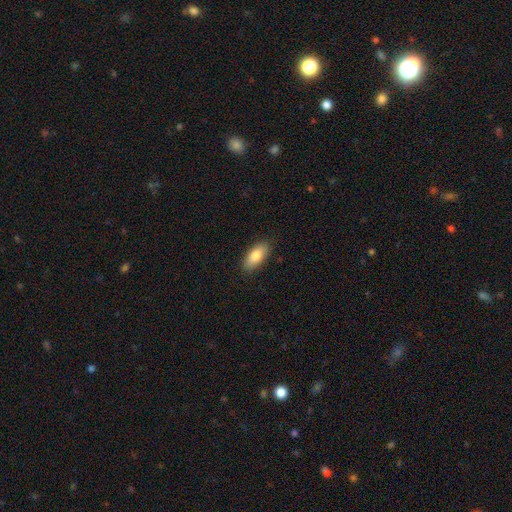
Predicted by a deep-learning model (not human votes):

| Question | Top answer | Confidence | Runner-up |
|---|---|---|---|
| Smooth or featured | smooth | 81% | featured or disk (13%) |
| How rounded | in between | 87% | cigar-shaped (10%) |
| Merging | none | 88% | minor disturbance (9%) |